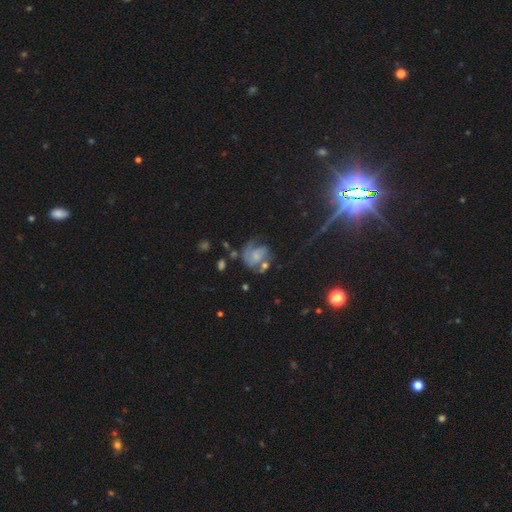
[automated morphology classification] Smooth or featured: featured or disk — 61% (smooth — 28%)
Edge-on disk: no — 98% (yes — 2%)
Bar: no — 71% (weak — 24%)
Spiral arms: yes — 81% (no — 19%)
Bulge size: small — 51% (moderate — 23%)
Merging: none — 35% (major disturbance — 30%)